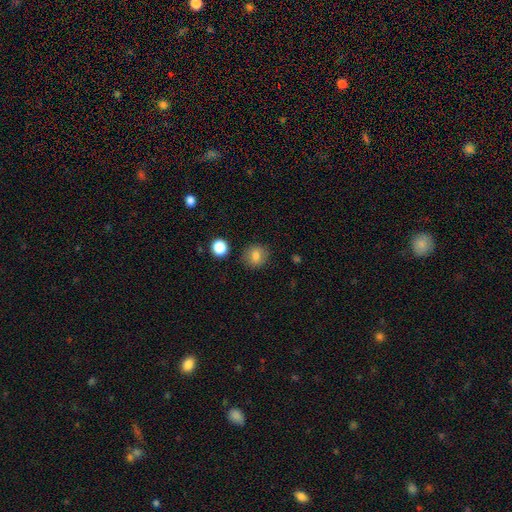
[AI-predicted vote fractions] The model was most divided on "how rounded": round: 84%, in between: 15%, cigar-shaped: 1%. More confident: merging — none (87%); smooth or featured — smooth (82%).